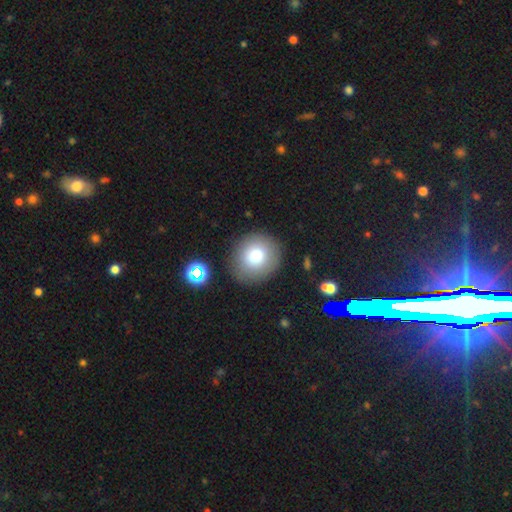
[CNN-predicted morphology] smooth 80%, star or artifact 10%, featured or disk 10%. Down the decision tree: how rounded — round (87%); merging — none (85%).